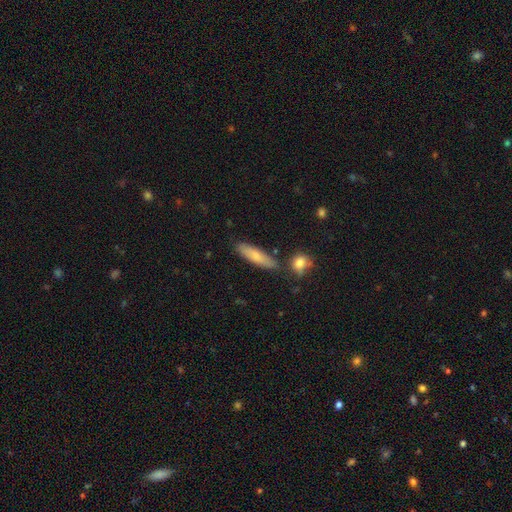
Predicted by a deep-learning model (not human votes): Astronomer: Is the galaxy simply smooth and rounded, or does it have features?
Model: smooth — 76%.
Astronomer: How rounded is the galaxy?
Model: cigar-shaped — 69%.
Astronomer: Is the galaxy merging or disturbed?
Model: none — 80%.